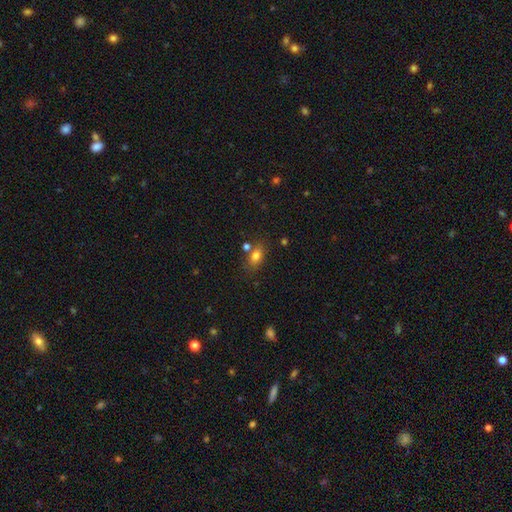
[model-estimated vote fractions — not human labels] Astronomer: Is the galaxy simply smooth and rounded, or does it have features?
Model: smooth — 79%.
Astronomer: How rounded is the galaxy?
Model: in between — 80%.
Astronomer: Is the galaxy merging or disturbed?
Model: none — 67%.